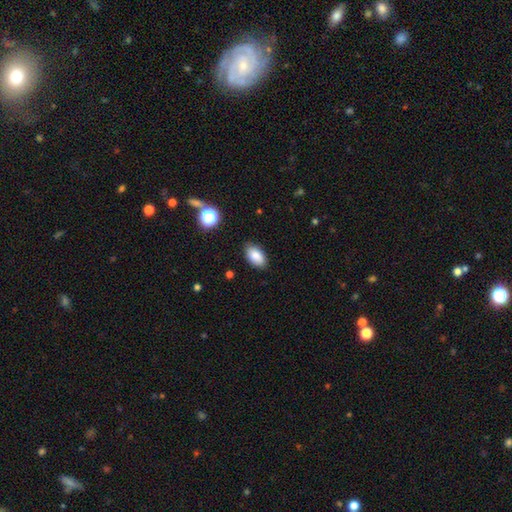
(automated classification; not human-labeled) Smooth or featured?
  - smooth: 85% *
  - star or artifact: 8%
  - featured or disk: 7%
How rounded?
  - in between: 93% *
  - round: 5%
  - cigar-shaped: 2%
Merging?
  - none: 86% *
  - minor disturbance: 11%
  - major disturbance: 2%
  - merger: 1%